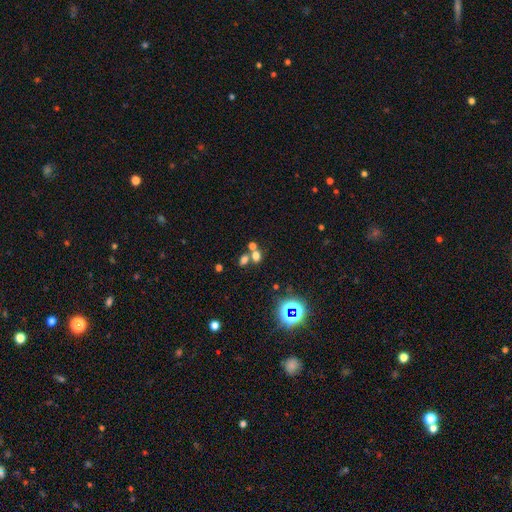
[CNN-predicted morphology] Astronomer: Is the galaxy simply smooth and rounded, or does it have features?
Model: smooth — 60%.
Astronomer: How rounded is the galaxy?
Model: in between — 50% (runner-up: round, 47%).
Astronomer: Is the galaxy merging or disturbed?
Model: none — 45% (runner-up: merger, 44%).